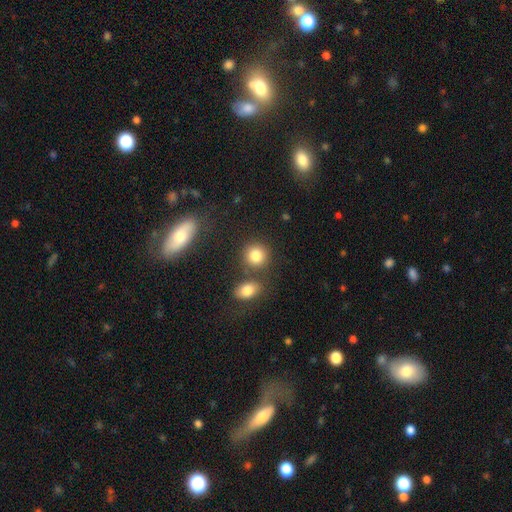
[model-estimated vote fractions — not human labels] Smooth or featured: smooth — 83% (star or artifact — 10%)
How rounded: round — 81% (in between — 18%)
Merging: none — 70% (merger — 16%)